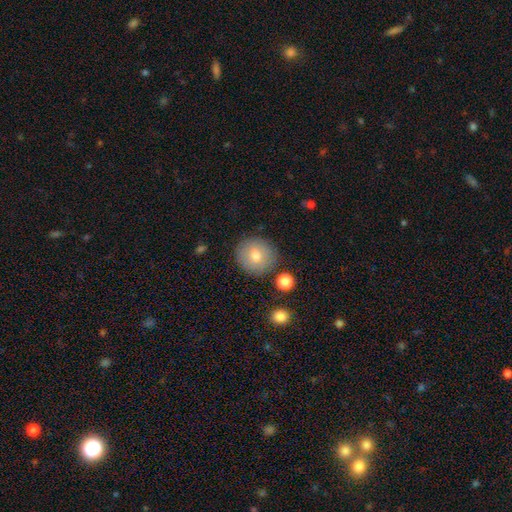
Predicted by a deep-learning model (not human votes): smooth_or_featured: smooth (p=0.78) [alt: featured or disk p=0.14]
how_rounded: round (p=0.91) [alt: in between p=0.08]
merging: none (p=0.86) [alt: minor disturbance p=0.08]